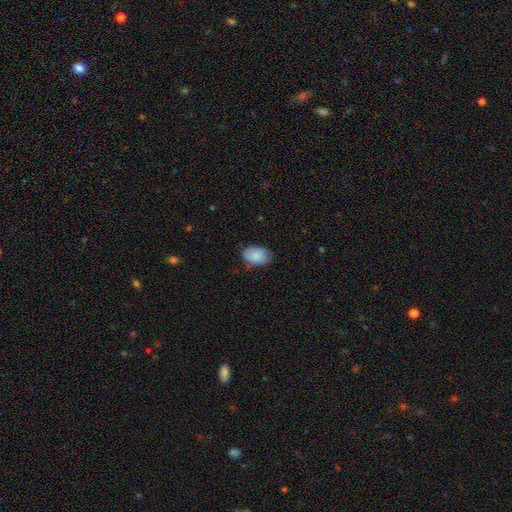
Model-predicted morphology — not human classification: A smooth galaxy with no disk features (86%) that is in between round and cigar-shaped (86%). Merging: none (77%).